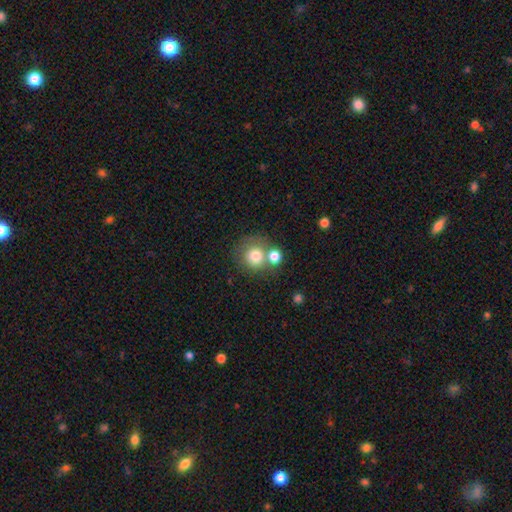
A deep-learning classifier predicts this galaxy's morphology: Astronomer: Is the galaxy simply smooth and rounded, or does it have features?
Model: smooth — 79%.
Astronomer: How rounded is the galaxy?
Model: round — 88%.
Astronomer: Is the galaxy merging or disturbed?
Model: none — 51% (runner-up: merger, 34%).